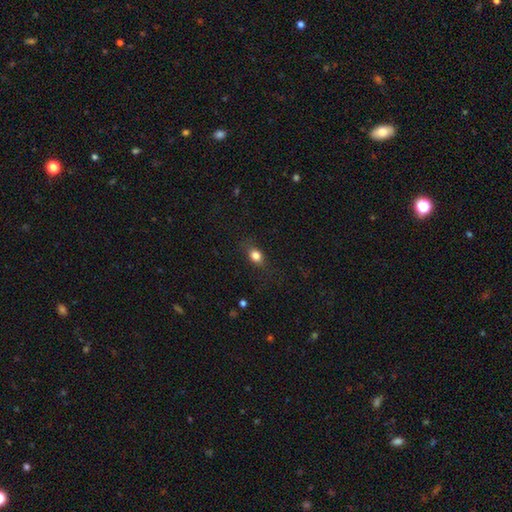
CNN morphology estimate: Smooth or featured?
  - smooth: 81% *
  - star or artifact: 10%
  - featured or disk: 9%
How rounded?
  - in between: 64% *
  - round: 32%
  - cigar-shaped: 4%
Merging?
  - none: 78% *
  - minor disturbance: 16%
  - major disturbance: 5%
  - merger: 1%